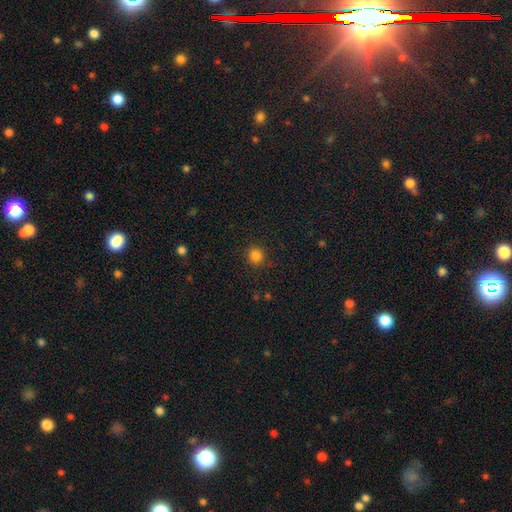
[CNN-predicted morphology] Q: Smooth or featured?
A: smooth (84%); runner-up: star or artifact (12%)
Q: How rounded?
A: round (92%); runner-up: in between (7%)
Q: Merging?
A: none (87%); runner-up: minor disturbance (8%)